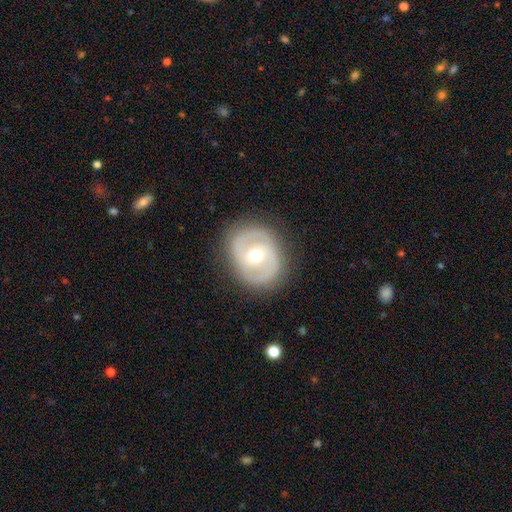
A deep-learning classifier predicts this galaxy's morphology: smooth_or_featured: featured or disk (p=0.76) [alt: smooth p=0.18]
disk_edge_on: no (p=0.96) [alt: yes p=0.04]
bar: no (p=0.48) [alt: weak p=0.39]
has_spiral_arms: yes (p=0.79) [alt: no p=0.21]
spiral_winding: medium (p=0.44) [alt: tight p=0.40]
spiral_arm_count: 2 (p=0.83) [alt: can't tell p=0.09]
bulge_size: moderate (p=0.71) [alt: small p=0.23]
merging: none (p=0.83) [alt: minor disturbance p=0.12]